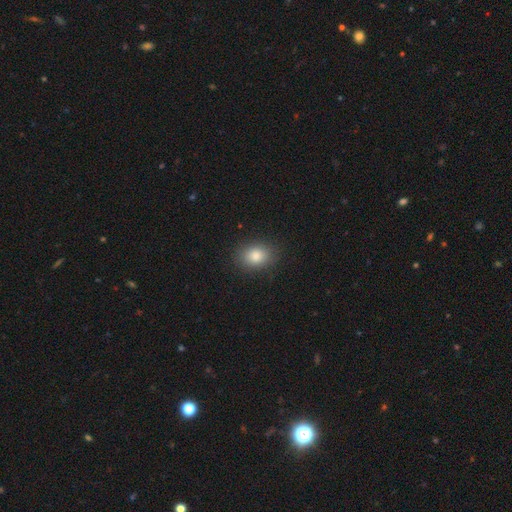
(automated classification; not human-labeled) Smooth or featured: smooth — 83% (star or artifact — 10%)
How rounded: in between — 59% (round — 40%)
Merging: none — 87% (minor disturbance — 9%)